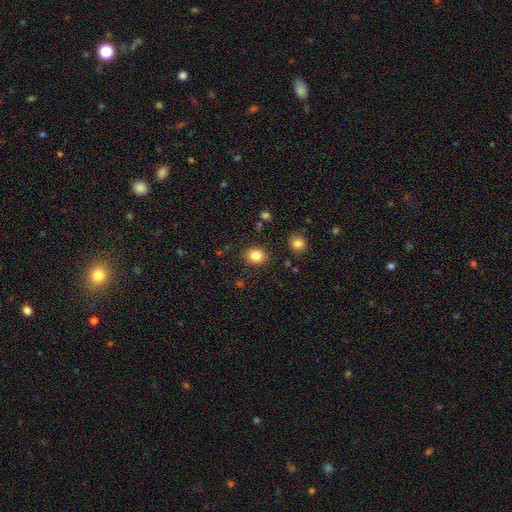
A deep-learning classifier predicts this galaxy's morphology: smooth 84%, star or artifact 11%, featured or disk 6%. Down the decision tree: how rounded — round (69%); merging — none (88%).